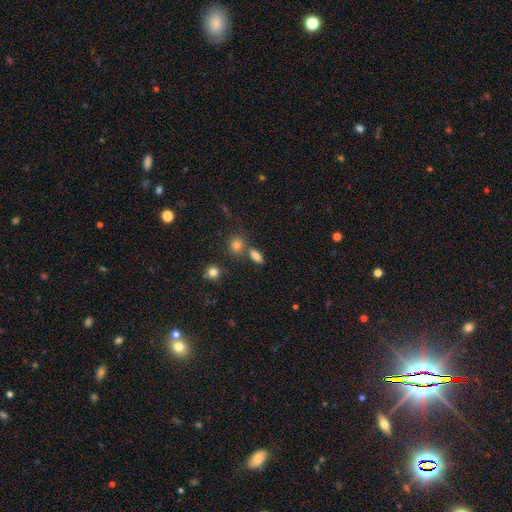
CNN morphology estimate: type=smooth (81%); roundness=in between (79%); merging=none (66%).